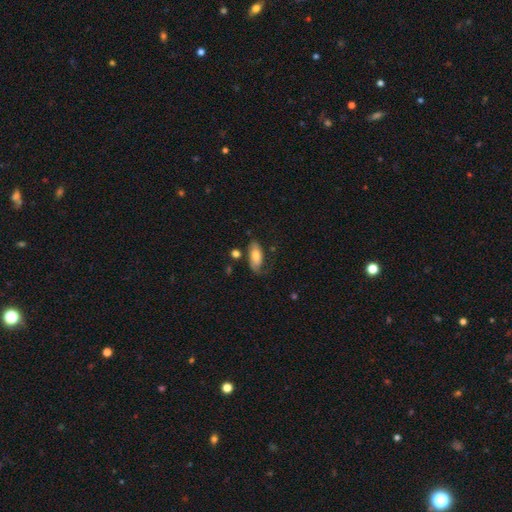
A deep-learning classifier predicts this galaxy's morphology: Smooth or featured? smooth (69%)
How rounded? in between (86%)
Merging? none (56%)